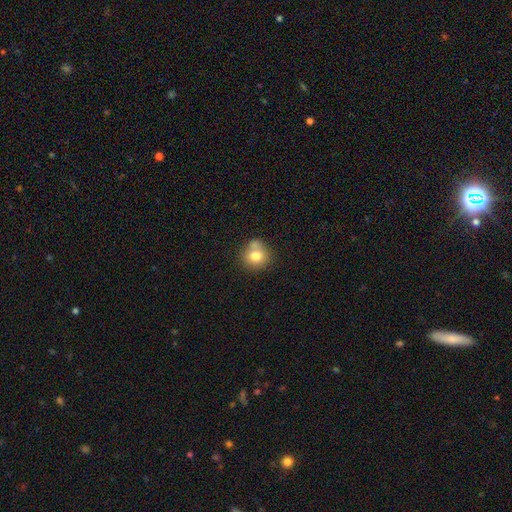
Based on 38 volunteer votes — Morphology: type=smooth (79%); roundness=round (73%); merging=none (37%).